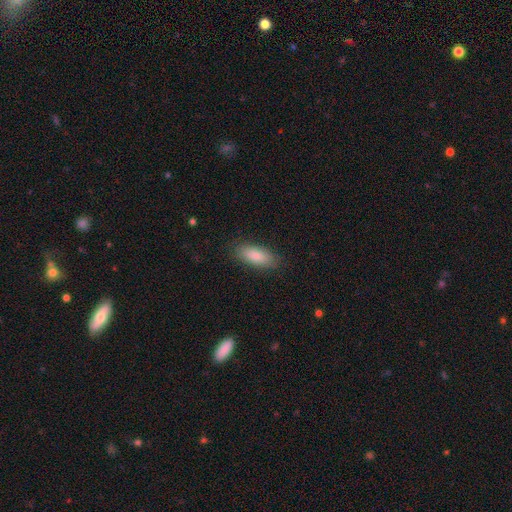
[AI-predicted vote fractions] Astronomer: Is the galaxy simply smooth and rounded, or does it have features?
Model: smooth — 85%.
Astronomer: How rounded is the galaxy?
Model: in between — 78%.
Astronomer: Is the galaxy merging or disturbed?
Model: none — 87%.